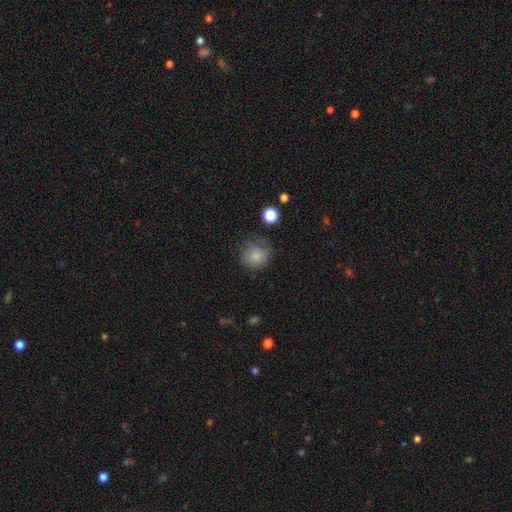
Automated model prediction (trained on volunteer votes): A smooth galaxy with no disk features (75%) that is round (81%). Merging: none (51%).